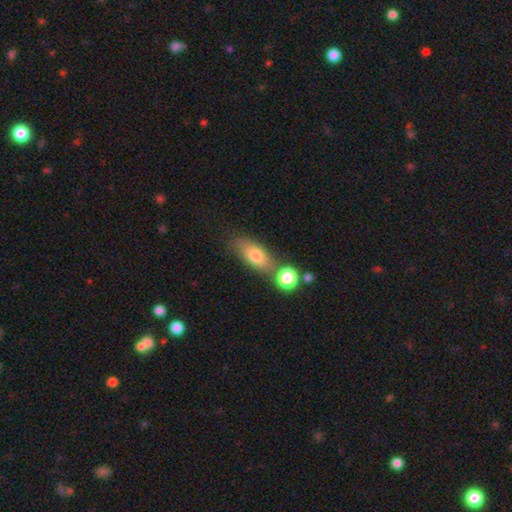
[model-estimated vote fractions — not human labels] This is likely a smooth galaxy (75%). How rounded: likely in between (79%). Merging: possibly none (57%).